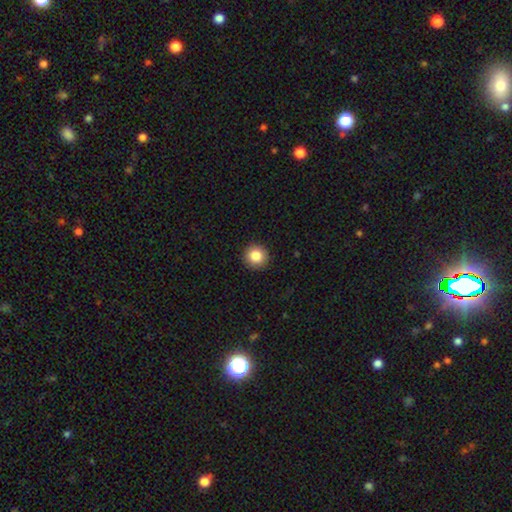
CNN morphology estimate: A smooth galaxy with no disk features (84%) that is round (95%).

Vote fractions:
- Smooth or featured? smooth: 84% / star or artifact: 9% / featured or disk: 7%
- How rounded? round: 95% / in between: 4% / cigar-shaped: 1%
- Merging? none: 92% / minor disturbance: 5% / major disturbance: 2% / merger: 1%